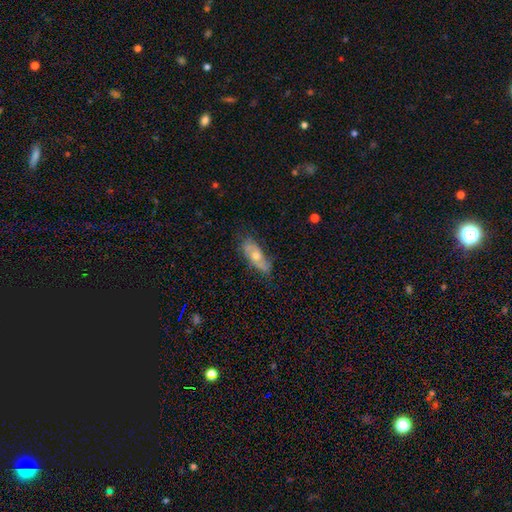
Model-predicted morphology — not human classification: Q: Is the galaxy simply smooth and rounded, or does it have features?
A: featured or disk — 52%.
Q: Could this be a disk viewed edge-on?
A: no — 76%.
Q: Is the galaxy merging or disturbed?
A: none — 71%.